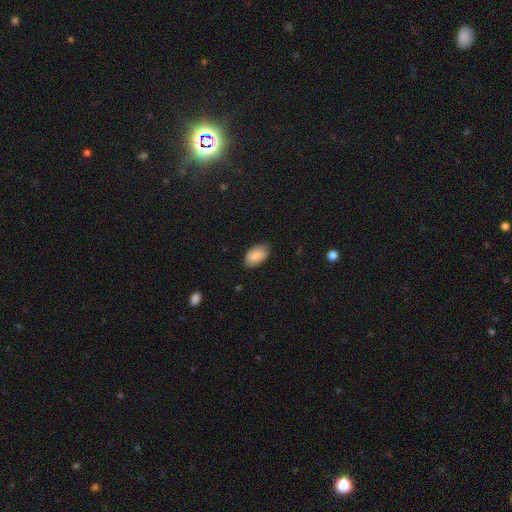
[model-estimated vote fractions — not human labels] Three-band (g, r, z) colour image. It shows a smooth galaxy with no disk features (86%) that is in between round and cigar-shaped (94%). Merging: none (82%).